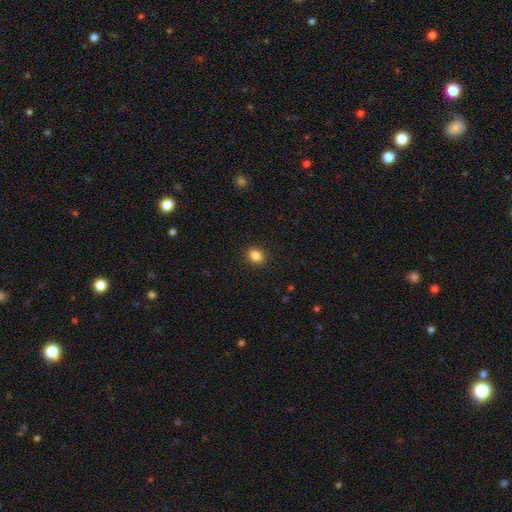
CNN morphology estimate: Smooth or featured? smooth (84%)
How rounded? in between (52%)
Merging? none (90%)